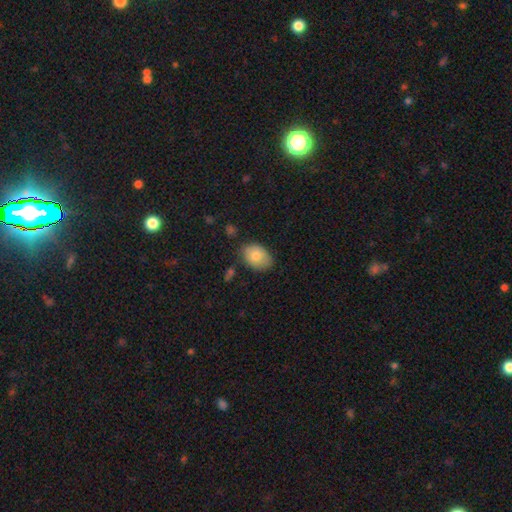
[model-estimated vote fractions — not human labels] Smooth or featured? smooth (79%)
How rounded? in between (80%)
Merging? none (73%)